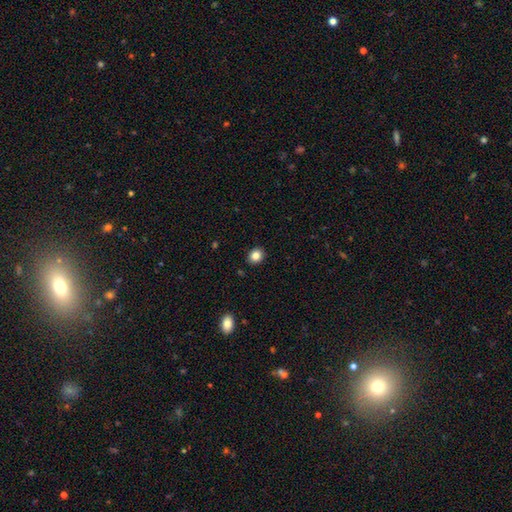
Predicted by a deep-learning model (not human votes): smooth 85%, star or artifact 10%, featured or disk 5%. Down the decision tree: how rounded — round (67%); merging — none (91%).